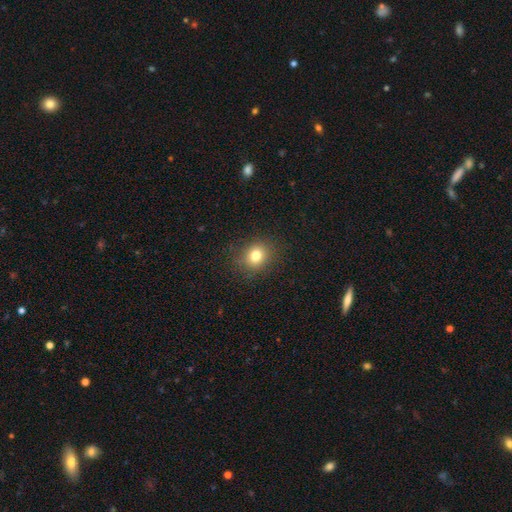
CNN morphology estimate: A smooth galaxy with no disk features (78%) that is round (75%).

Vote fractions:
- Smooth or featured? smooth: 78% / star or artifact: 14% / featured or disk: 8%
- How rounded? round: 75% / in between: 24% / cigar-shaped: 1%
- Merging? none: 88% / minor disturbance: 8% / major disturbance: 3% / merger: 1%